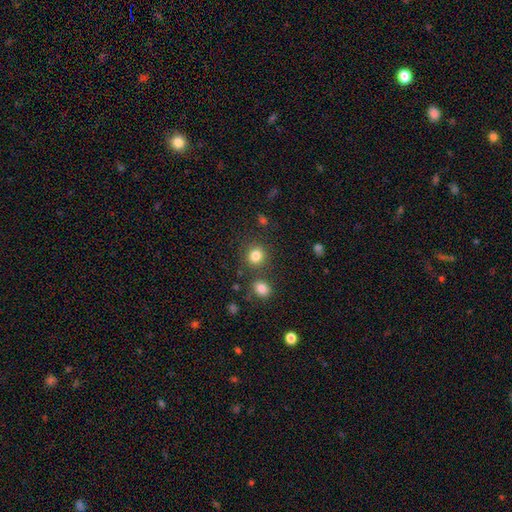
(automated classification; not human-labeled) This is clearly a smooth galaxy (83%). How rounded: clearly round (84%). Merging: likely none (79%).